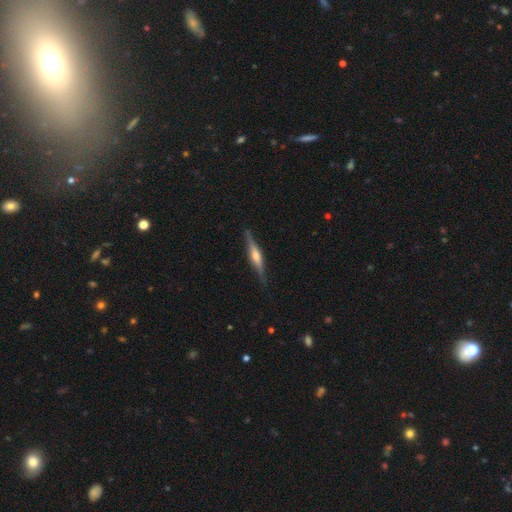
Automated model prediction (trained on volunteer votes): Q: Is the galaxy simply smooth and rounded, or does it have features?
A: featured or disk — 74%.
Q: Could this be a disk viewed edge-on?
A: yes — 97%.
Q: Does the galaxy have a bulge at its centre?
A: rounded — 82%.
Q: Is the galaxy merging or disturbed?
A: none — 87%.